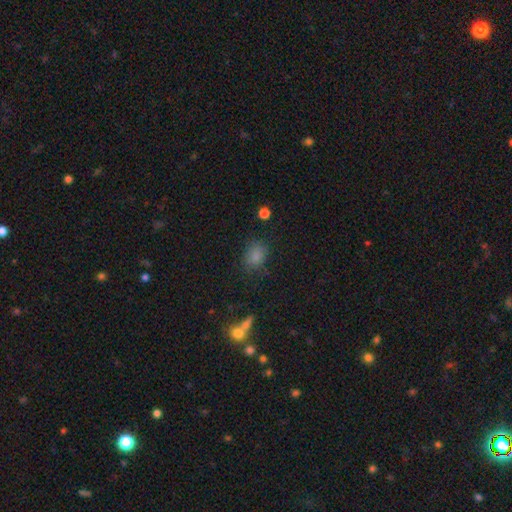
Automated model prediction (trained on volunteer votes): Smooth or featured? smooth (81%)
How rounded? in between (63%)
Merging? none (76%)